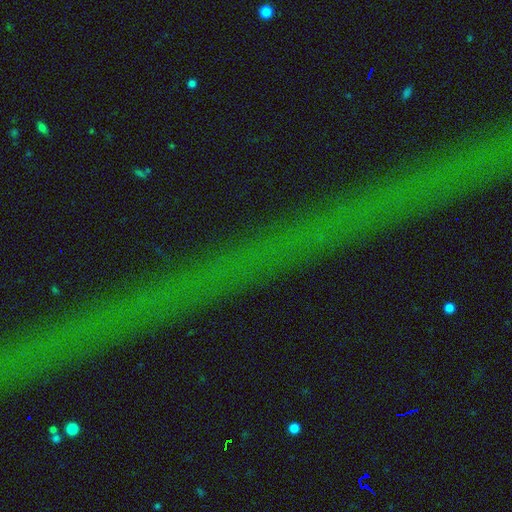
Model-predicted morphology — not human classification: smooth_or_featured: star or artifact (p=0.76) [alt: featured or disk p=0.14]